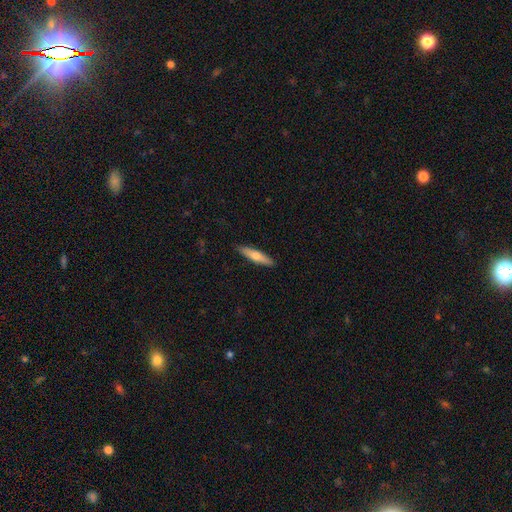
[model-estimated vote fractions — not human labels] Morphology: type=smooth (63%); roundness=cigar-shaped (81%); merging=none (89%).